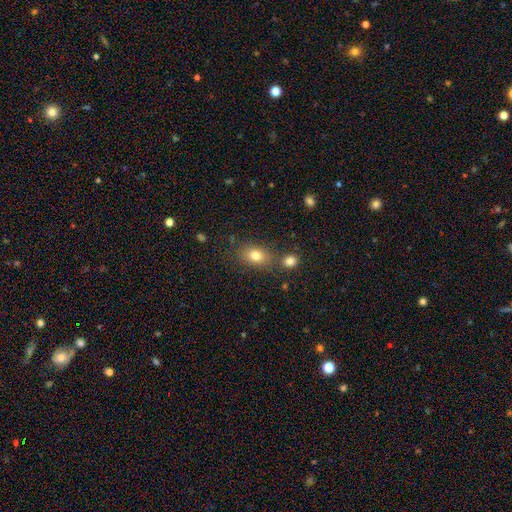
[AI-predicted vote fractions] Morphology: type=smooth (80%); roundness=in between (75%); merging=none (70%).